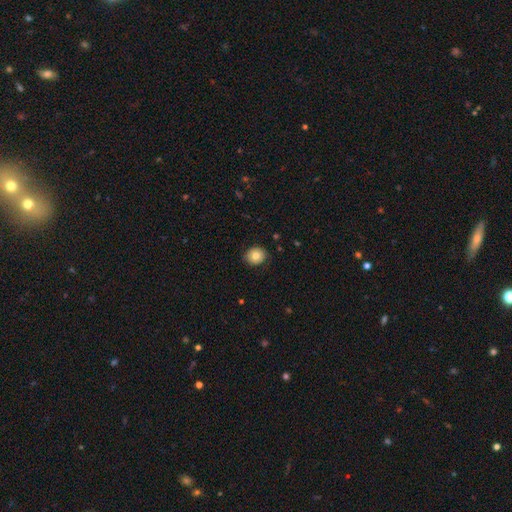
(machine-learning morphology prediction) This is clearly a smooth galaxy (81%). How rounded: likely round (70%). Merging: clearly none (87%).